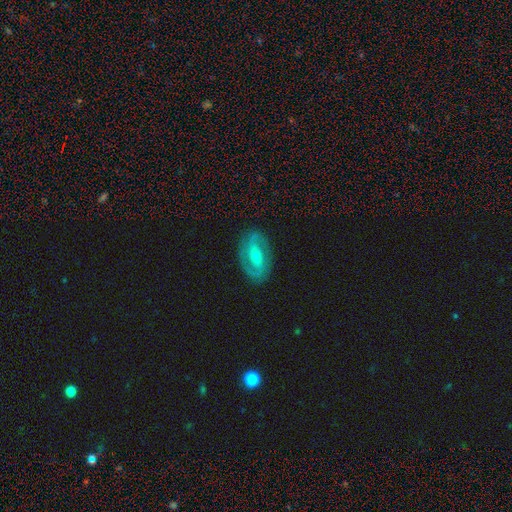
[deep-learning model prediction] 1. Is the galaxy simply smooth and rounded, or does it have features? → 81% featured or disk, 13% smooth, 5% star or artifact.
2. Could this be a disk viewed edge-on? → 95% no, 5% yes.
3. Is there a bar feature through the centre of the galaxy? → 40% strong, 37% weak, 23% no.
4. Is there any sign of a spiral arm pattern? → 86% yes, 14% no.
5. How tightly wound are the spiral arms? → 44% medium, 39% tight, 16% loose.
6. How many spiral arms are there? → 88% 2, 7% can't tell, 2% 1, 1% 3, 1% 4, 1% more than 4.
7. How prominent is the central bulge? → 52% small, 44% moderate, 2% large, 1% none, 1% dominant.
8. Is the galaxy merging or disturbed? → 85% none, 11% minor disturbance, 3% major disturbance, 1% merger.